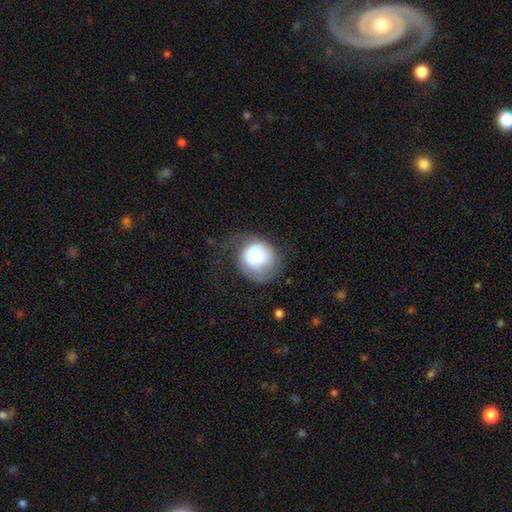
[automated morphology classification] type=smooth (64%); roundness=round (78%); merging=major disturbance (37%).